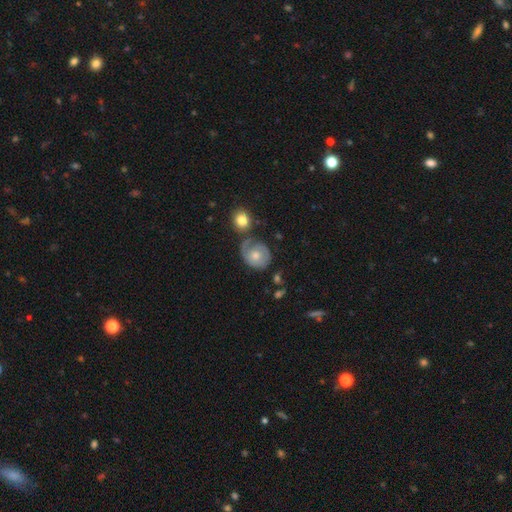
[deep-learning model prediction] A featured or disk galaxy (53%) with no bar (82%), spiral arms (73%) and a moderate central bulge (65%).

Vote fractions:
- Smooth or featured? featured or disk: 53% / smooth: 40% / star or artifact: 7%
- Edge-on disk? no: 97% / yes: 3%
- Bar? no: 82% / weak: 16% / strong: 2%
- Spiral arms? yes: 73% / no: 27%
- Bulge size? moderate: 65% / small: 22% / large: 9% / none: 3% / dominant: 1%
- Merging? none: 48% / minor disturbance: 25% / major disturbance: 15% / merger: 13%